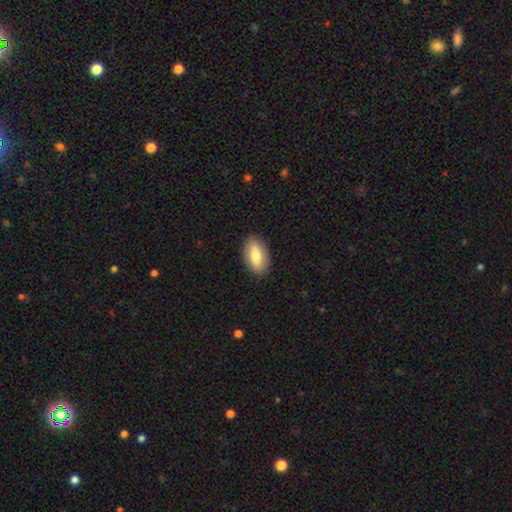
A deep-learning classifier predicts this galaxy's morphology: smooth 75%, featured or disk 19%, star or artifact 6%. Down the decision tree: how rounded — in between (91%); merging — none (88%).